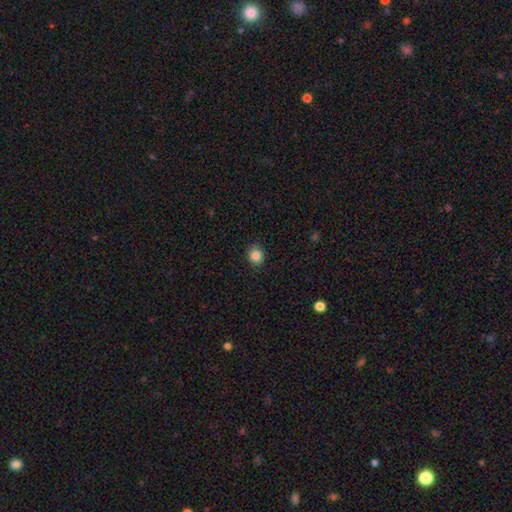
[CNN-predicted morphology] smooth 85%, star or artifact 10%, featured or disk 4%. Down the decision tree: how rounded — round (84%); merging — none (89%).